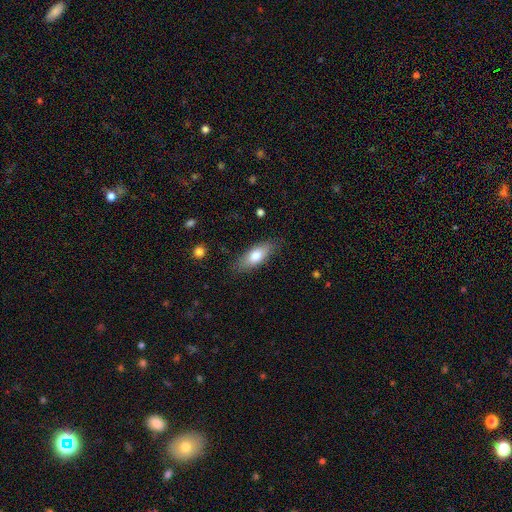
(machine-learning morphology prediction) A smooth galaxy with no disk features (76%) that is in between round and cigar-shaped (74%).

Vote fractions:
- Smooth or featured? smooth: 76% / featured or disk: 18% / star or artifact: 6%
- How rounded? in between: 74% / cigar-shaped: 23% / round: 2%
- Merging? none: 81% / minor disturbance: 14% / major disturbance: 3% / merger: 1%